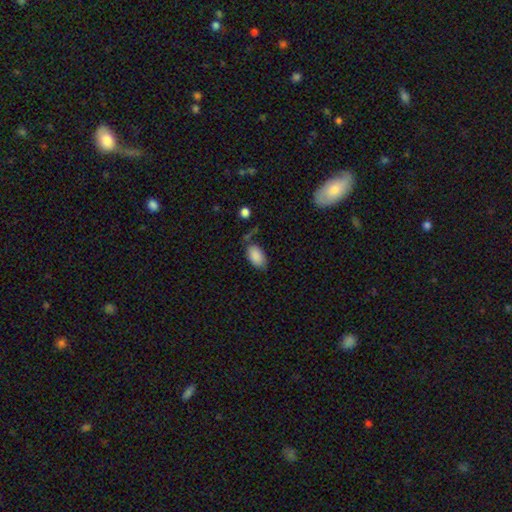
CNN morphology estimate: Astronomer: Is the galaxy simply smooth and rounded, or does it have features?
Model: smooth — 88%.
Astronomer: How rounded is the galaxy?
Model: in between — 94%.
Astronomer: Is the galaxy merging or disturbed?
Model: none — 64%.